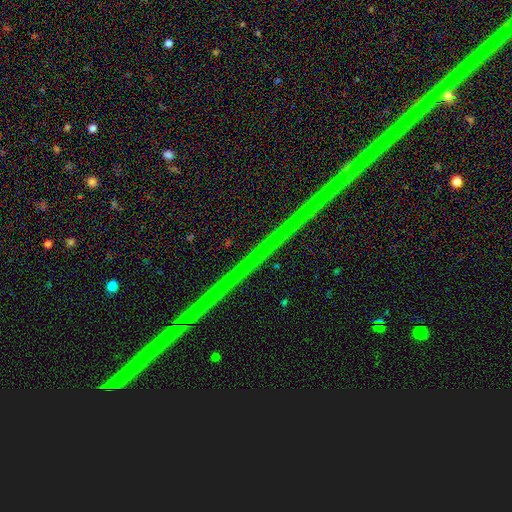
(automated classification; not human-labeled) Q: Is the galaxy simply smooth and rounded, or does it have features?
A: star or artifact — 89%.